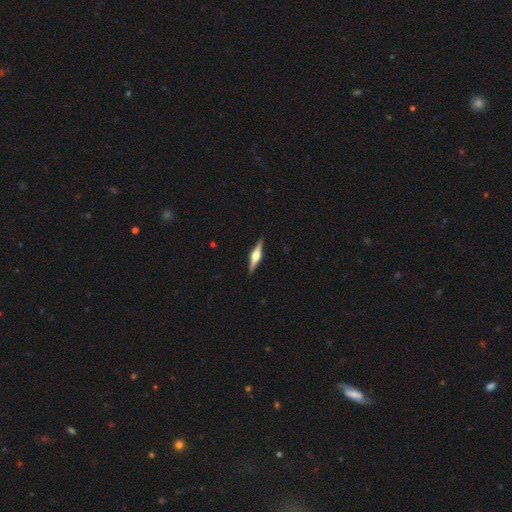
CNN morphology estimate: type=featured or disk (77%); edge-on=yes (98%); edge-on bulge=rounded (93%); merging=none (91%).